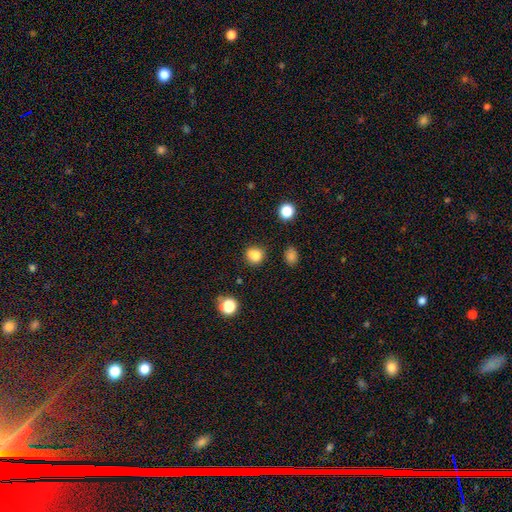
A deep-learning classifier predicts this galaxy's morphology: A smooth galaxy with no disk features (82%) that is round (77%).

Vote fractions:
- Smooth or featured? smooth: 82% / star or artifact: 13% / featured or disk: 5%
- How rounded? round: 77% / in between: 22% / cigar-shaped: 1%
- Merging? none: 78% / minor disturbance: 14% / merger: 4% / major disturbance: 4%